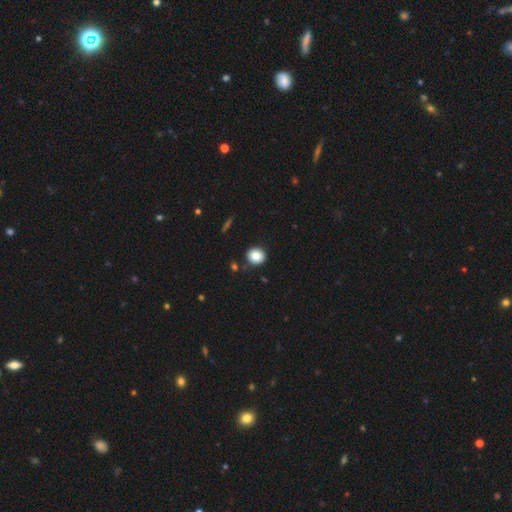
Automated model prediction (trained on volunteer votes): Overall: smooth (83%). How rounded: round (89%). Merging: none (88%).